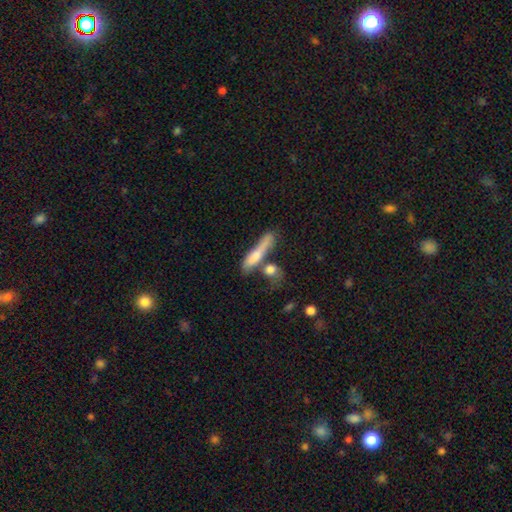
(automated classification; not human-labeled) This is likely a smooth galaxy (67%). How rounded: likely cigar-shaped (78%). Merging: marginally none (44%).